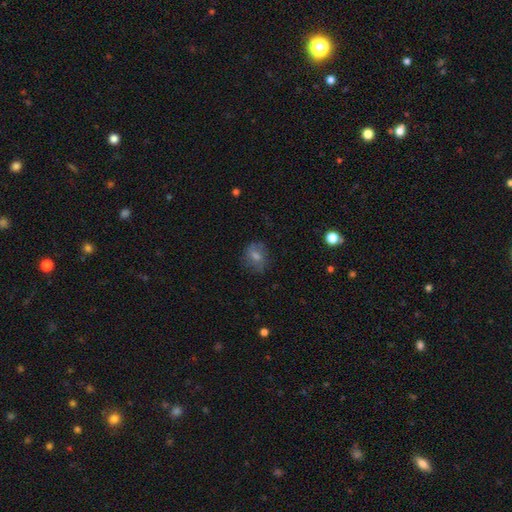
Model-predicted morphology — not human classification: This is possibly a smooth galaxy (48%). Merging: likely none (76%).